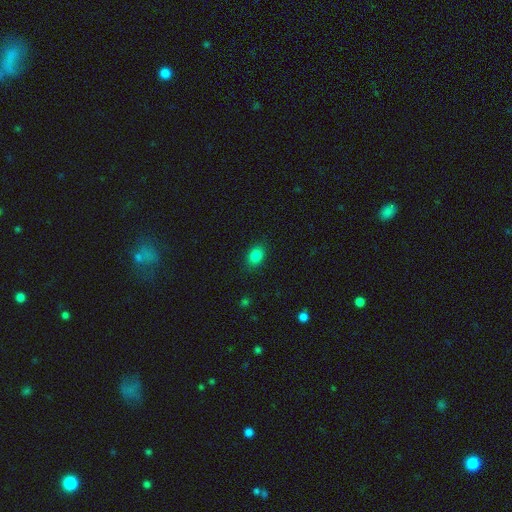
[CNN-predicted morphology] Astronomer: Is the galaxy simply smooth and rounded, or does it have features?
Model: smooth — 84%.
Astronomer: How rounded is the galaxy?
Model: in between — 74%.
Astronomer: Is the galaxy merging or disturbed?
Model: none — 86%.